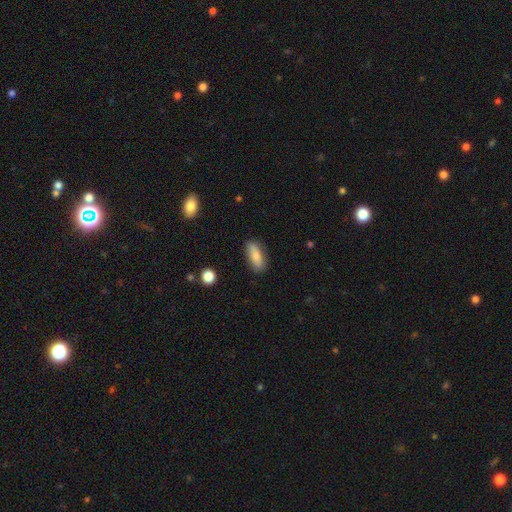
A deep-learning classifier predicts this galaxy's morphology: Overall: smooth (79%). How rounded: in between (75%). Merging: none (84%).